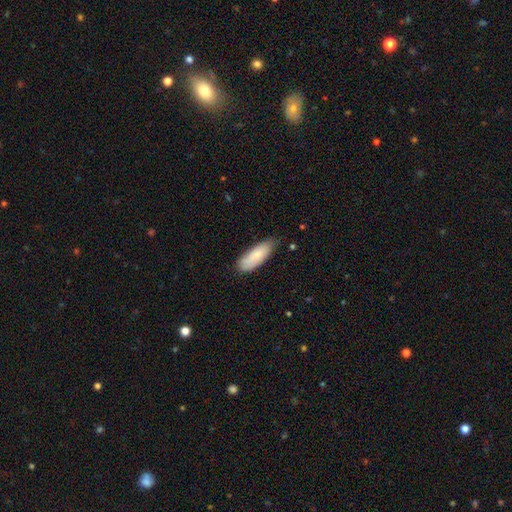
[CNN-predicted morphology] Smooth or featured?
  - smooth: 76% *
  - featured or disk: 18%
  - star or artifact: 6%
How rounded?
  - in between: 69% *
  - cigar-shaped: 30%
  - round: 2%
Merging?
  - none: 69% *
  - minor disturbance: 25%
  - major disturbance: 4%
  - merger: 2%